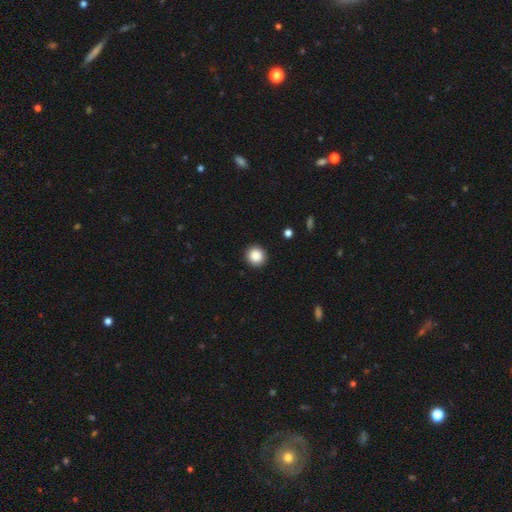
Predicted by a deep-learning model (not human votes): Smooth or featured?
  - smooth: 87% *
  - star or artifact: 9%
  - featured or disk: 4%
How rounded?
  - round: 91% *
  - in between: 8%
  - cigar-shaped: 1%
Merging?
  - none: 92% *
  - minor disturbance: 6%
  - major disturbance: 2%
  - merger: 1%